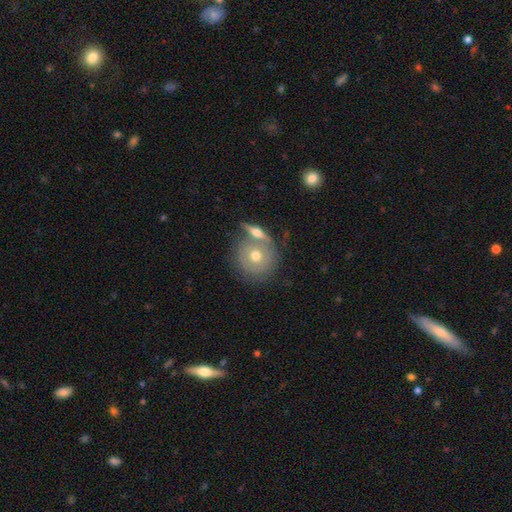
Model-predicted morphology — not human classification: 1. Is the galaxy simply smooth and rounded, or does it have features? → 56% featured or disk, 37% smooth, 7% star or artifact.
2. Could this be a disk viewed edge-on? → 89% no, 11% yes.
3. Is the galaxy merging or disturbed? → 57% none, 25% merger, 13% minor disturbance, 5% major disturbance.